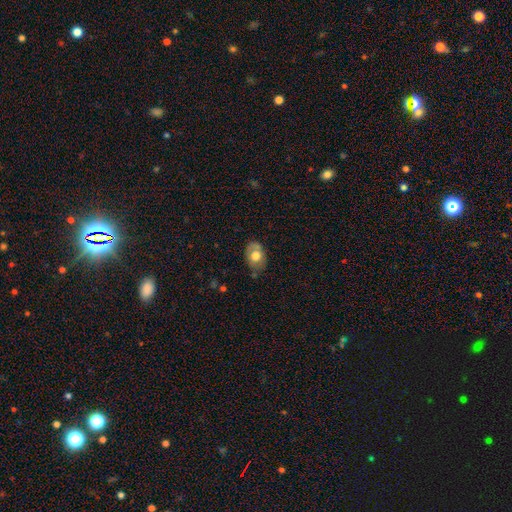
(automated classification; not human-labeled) The model was most divided on "merging": none: 62%, minor disturbance: 27%, major disturbance: 7%, merger: 4%. More confident: how rounded — in between (77%); smooth or featured — smooth (65%).